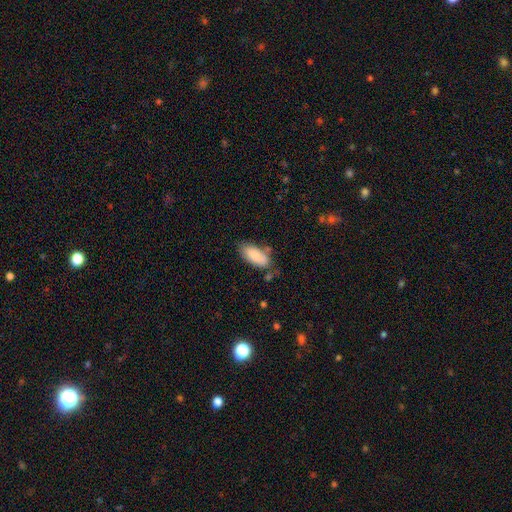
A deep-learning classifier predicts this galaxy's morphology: A smooth galaxy with no disk features (84%) that is in between round and cigar-shaped (89%). Merging: none (67%).